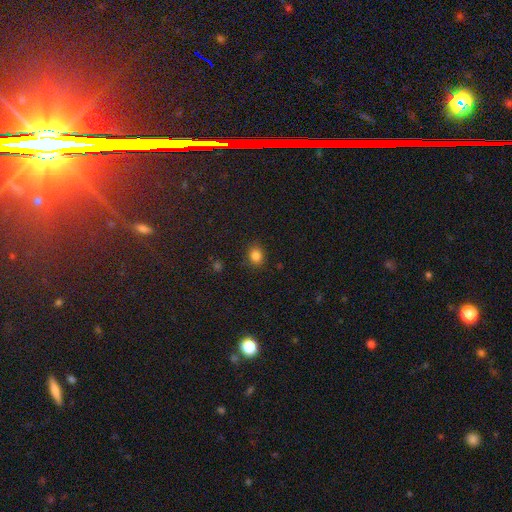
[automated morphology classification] This is clearly a smooth galaxy (83%). How rounded: likely round (62%). Merging: clearly none (84%).